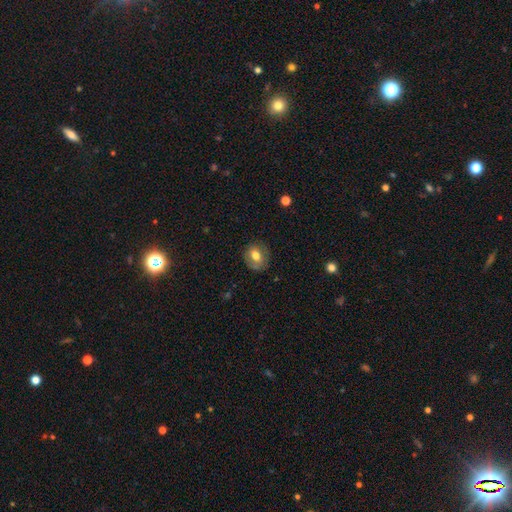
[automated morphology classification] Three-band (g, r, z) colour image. It shows a smooth galaxy with no disk features (65%) that is round (64%). Merging: none (78%).